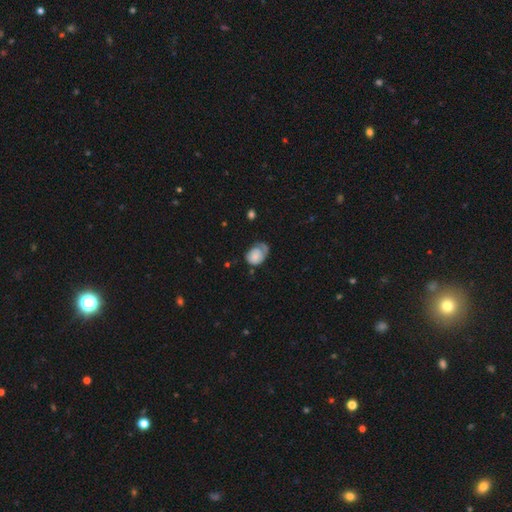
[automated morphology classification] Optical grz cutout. It shows a smooth galaxy with no disk features (60%) that is in between round and cigar-shaped (71%). Merging: minor disturbance (34%, tied with none).